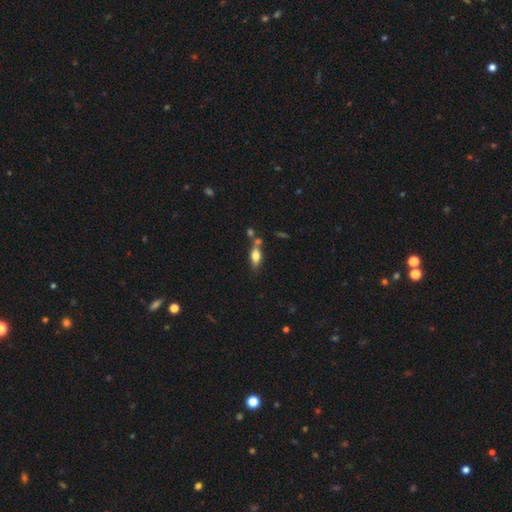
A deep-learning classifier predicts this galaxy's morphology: Smooth or featured?
  - smooth: 62% *
  - featured or disk: 29%
  - star or artifact: 9%
How rounded?
  - in between: 70% *
  - cigar-shaped: 25%
  - round: 5%
Merging?
  - none: 55% *
  - merger: 24%
  - minor disturbance: 15%
  - major disturbance: 6%